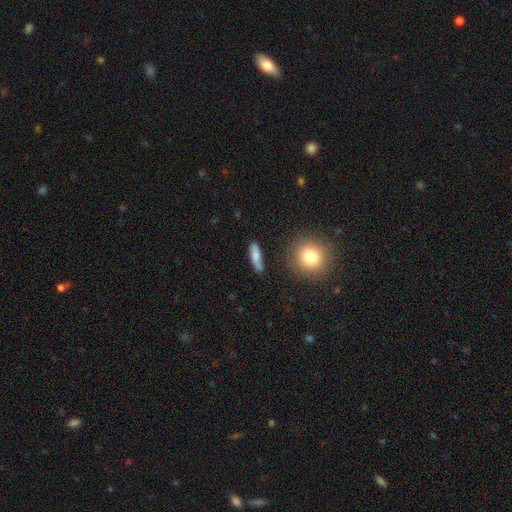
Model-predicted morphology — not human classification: This is likely a smooth galaxy (72%). How rounded: likely cigar-shaped (64%). Merging: likely none (72%).